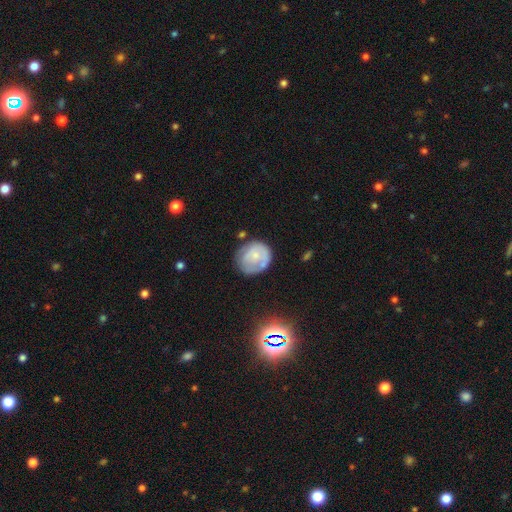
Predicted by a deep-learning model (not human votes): A smooth galaxy with no disk features (54%) that is round (80%). Merging: none (56%).